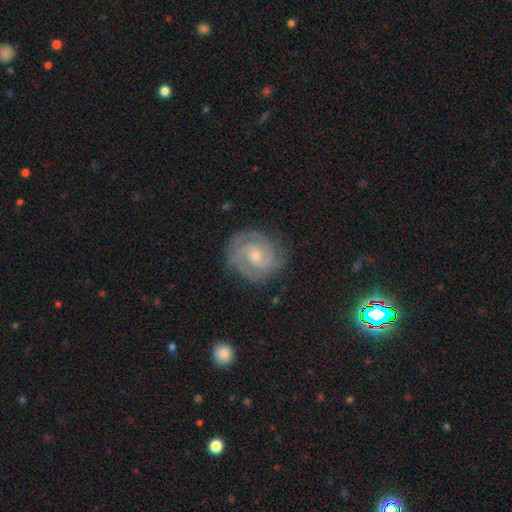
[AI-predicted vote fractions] Q: Smooth or featured?
A: featured or disk (86%); runner-up: smooth (9%)
Q: Edge-on disk?
A: no (98%); runner-up: yes (2%)
Q: Bar?
A: no (60%); runner-up: weak (34%)
Q: Spiral arms?
A: yes (97%); runner-up: no (3%)
Q: Spiral winding?
A: tight (66%); runner-up: medium (29%)
Q: Spiral arm count?
A: 2 (54%); runner-up: 3 (22%)
Q: Bulge size?
A: small (55%); runner-up: moderate (41%)
Q: Merging?
A: none (81%); runner-up: minor disturbance (14%)